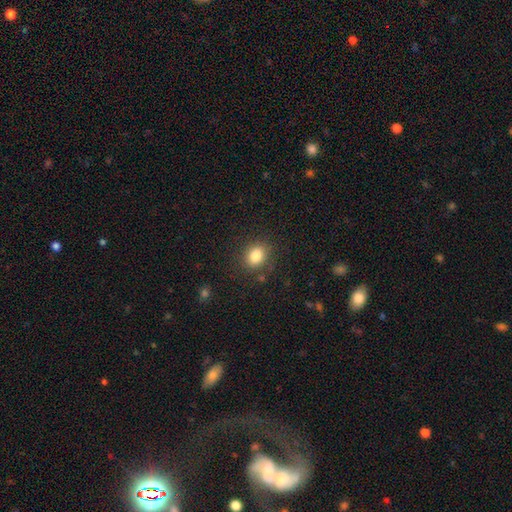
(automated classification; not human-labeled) Morphology: type=smooth (83%); roundness=round (50%); merging=none (85%).